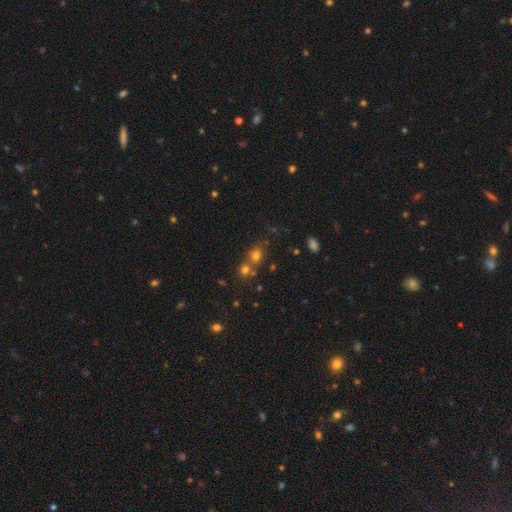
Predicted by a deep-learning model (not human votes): Smooth or featured? Predicted: smooth (p=0.55). How rounded? Predicted: round (p=0.82). Merging? Predicted: none (p=0.57).